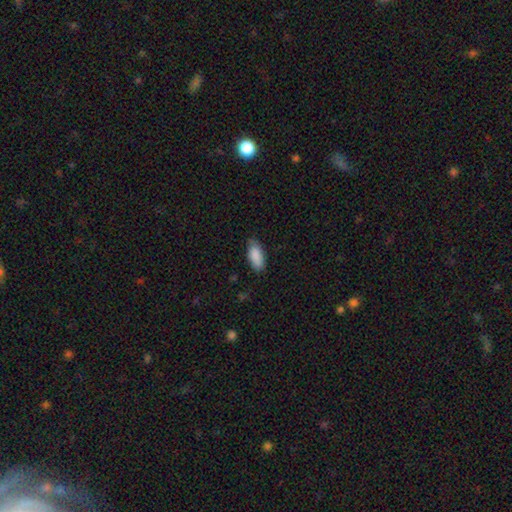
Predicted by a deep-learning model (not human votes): Smooth or featured?
  - smooth: 88% *
  - star or artifact: 6%
  - featured or disk: 5%
How rounded?
  - in between: 88% *
  - cigar-shaped: 10%
  - round: 2%
Merging?
  - none: 72% *
  - minor disturbance: 23%
  - major disturbance: 4%
  - merger: 1%